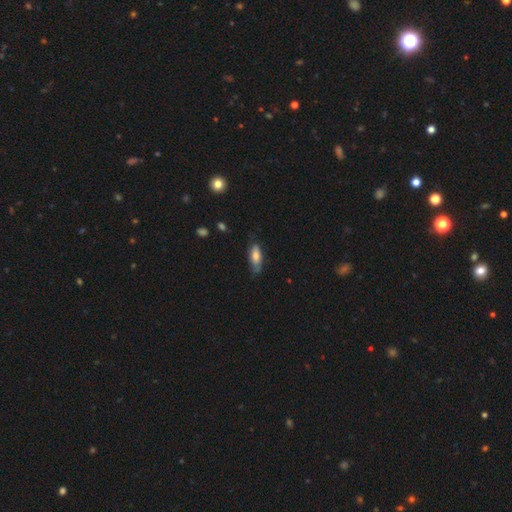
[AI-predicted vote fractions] Smooth or featured?
  - smooth: 69% *
  - featured or disk: 25%
  - star or artifact: 7%
How rounded?
  - in between: 74% *
  - cigar-shaped: 24%
  - round: 2%
Merging?
  - none: 64% *
  - minor disturbance: 28%
  - major disturbance: 6%
  - merger: 2%